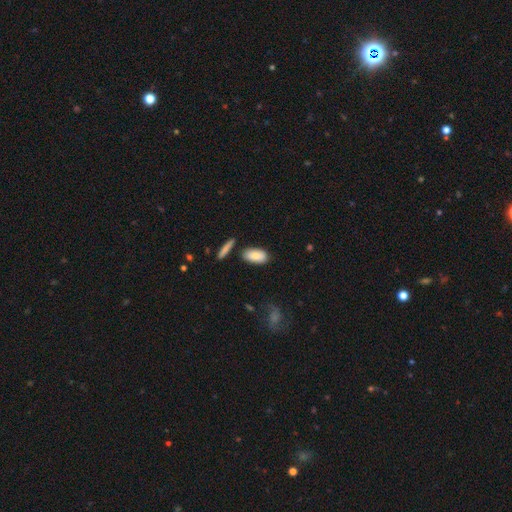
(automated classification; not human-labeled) Q: Smooth or featured?
A: smooth (83%); runner-up: featured or disk (11%)
Q: How rounded?
A: in between (92%); runner-up: cigar-shaped (5%)
Q: Merging?
A: none (78%); runner-up: minor disturbance (13%)